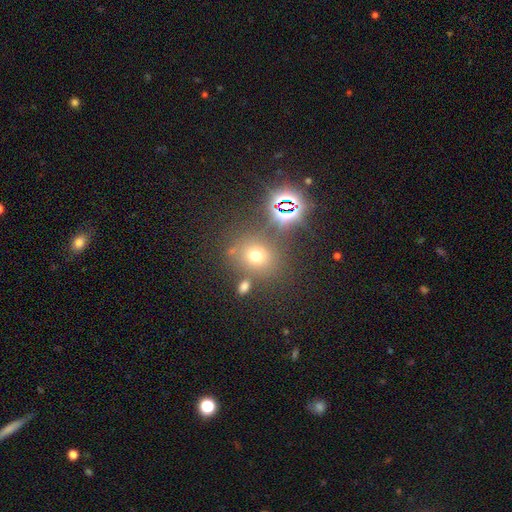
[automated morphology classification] The model was most divided on "smooth or featured": smooth: 63%, star or artifact: 26%, featured or disk: 11%. More confident: how rounded — round (74%); merging — none (72%).